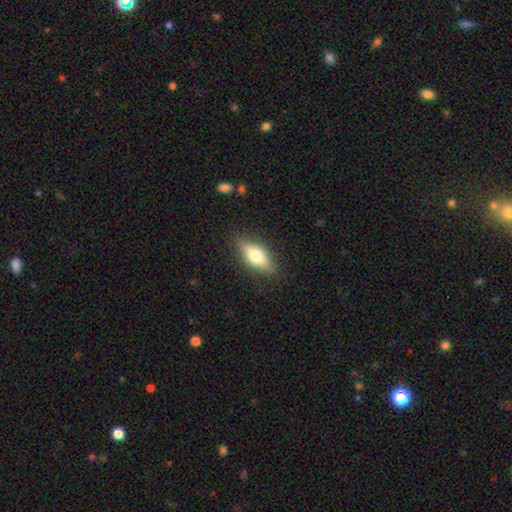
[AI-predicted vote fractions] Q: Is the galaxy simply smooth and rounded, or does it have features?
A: smooth — 61%.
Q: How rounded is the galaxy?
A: in between — 68%.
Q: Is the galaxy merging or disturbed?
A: none — 84%.